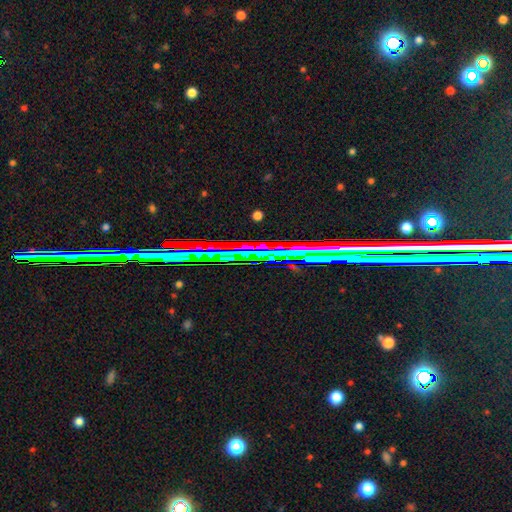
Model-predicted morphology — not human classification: This appears to be a star or artifact, not a galaxy (75%).